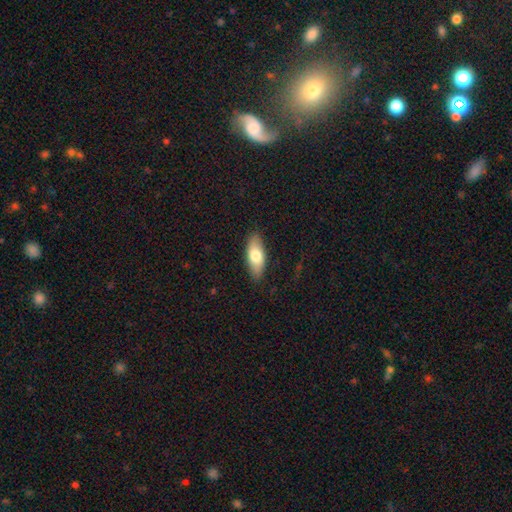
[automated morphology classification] smooth-or-featured: smooth: 74% | featured or disk: 20% | star or artifact: 6%
  how-rounded: in between: 80% | cigar-shaped: 17% | round: 2%
  merging: none: 86% | minor disturbance: 11% | major disturbance: 2% | merger: 1%